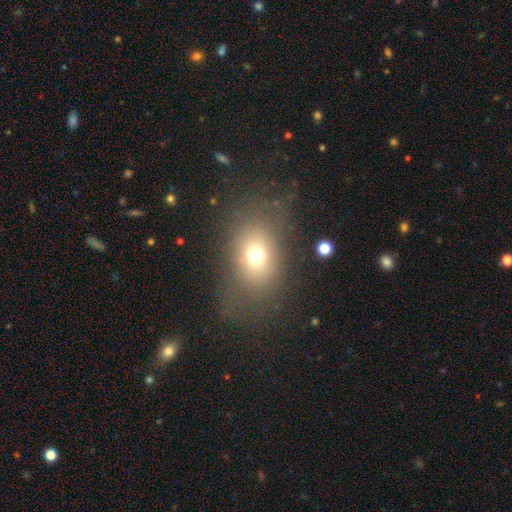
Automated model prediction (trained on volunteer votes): A smooth galaxy with no disk features (70%) that is in between round and cigar-shaped (65%). Merging: none (71%).